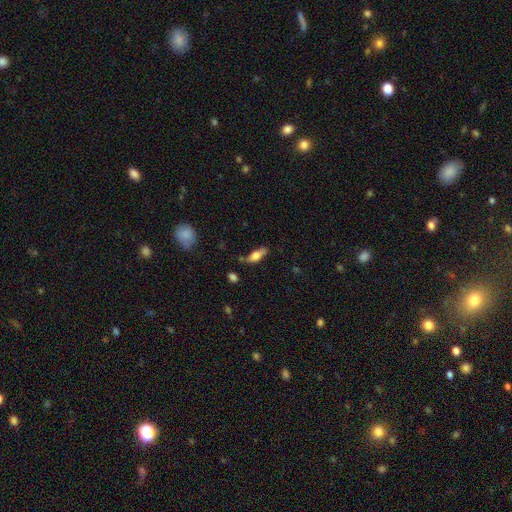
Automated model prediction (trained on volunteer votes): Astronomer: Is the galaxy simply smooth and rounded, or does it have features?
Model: smooth — 64%.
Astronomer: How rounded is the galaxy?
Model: in between — 64%.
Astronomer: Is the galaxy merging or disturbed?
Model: none — 61%.